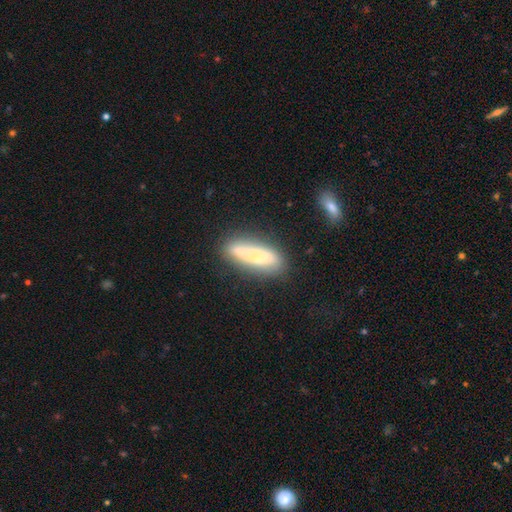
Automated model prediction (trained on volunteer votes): This appears to be a smooth galaxy with no disk features (57%) that is cigar-shaped (71%). Merging: none (73%).